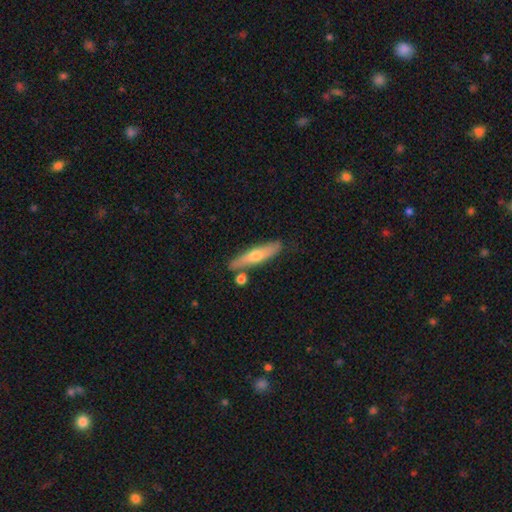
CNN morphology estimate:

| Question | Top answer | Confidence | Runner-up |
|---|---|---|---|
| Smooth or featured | smooth | 50% | featured or disk (44%) |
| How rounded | cigar-shaped | 81% | in between (17%) |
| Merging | none | 77% | minor disturbance (12%) |